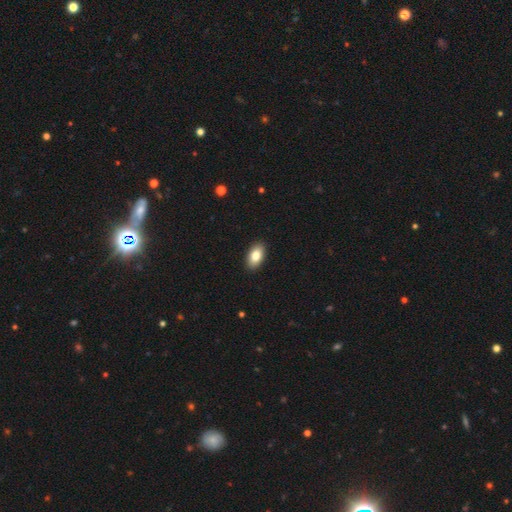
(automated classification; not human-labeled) The model was most divided on "smooth or featured": smooth: 84%, featured or disk: 9%, star or artifact: 7%. More confident: how rounded — in between (93%); merging — none (91%).